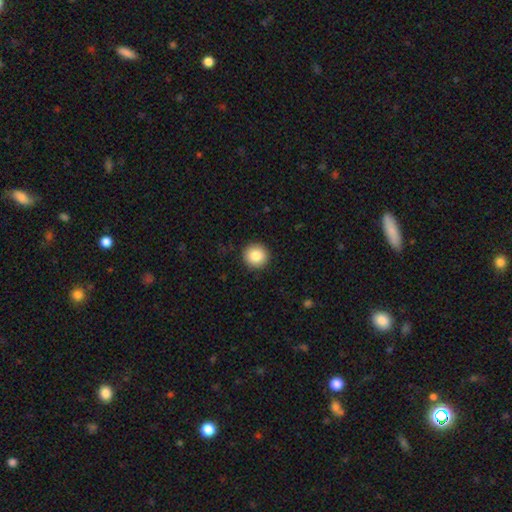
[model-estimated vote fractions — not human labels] Smooth or featured: smooth — 85% (star or artifact — 9%)
How rounded: round — 94% (in between — 5%)
Merging: none — 92% (minor disturbance — 5%)